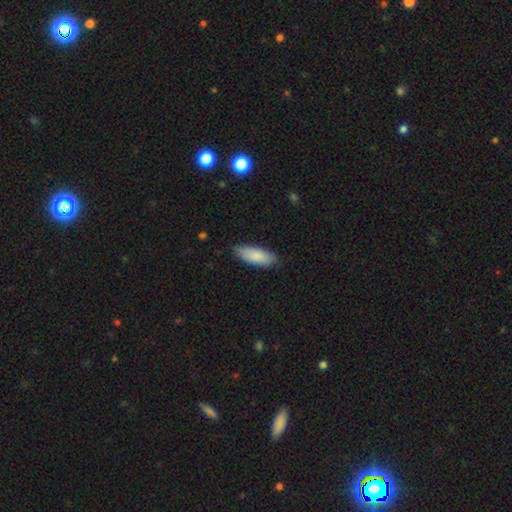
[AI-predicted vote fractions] Smooth or featured? smooth (87%)
How rounded? in between (72%)
Merging? none (82%)